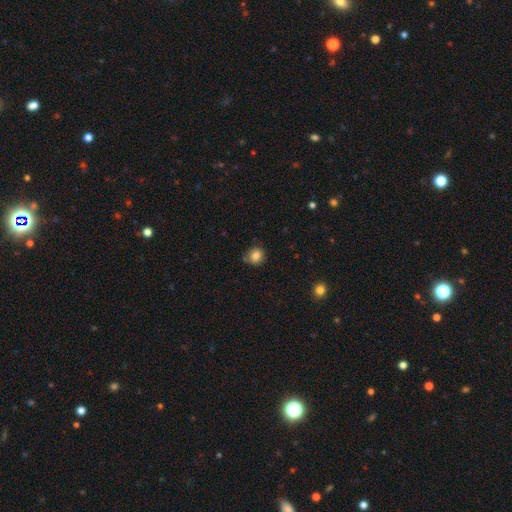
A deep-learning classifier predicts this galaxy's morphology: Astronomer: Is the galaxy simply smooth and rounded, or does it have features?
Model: smooth — 82%.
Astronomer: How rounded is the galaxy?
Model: round — 80%.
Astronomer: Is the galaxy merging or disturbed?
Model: none — 73%.